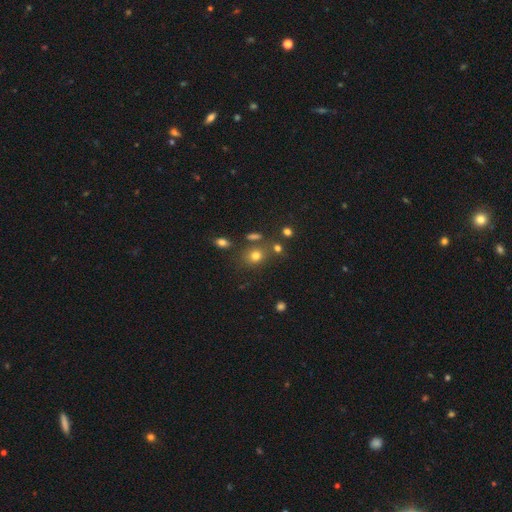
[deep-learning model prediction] Smooth or featured: smooth — 74% (star or artifact — 16%)
How rounded: round — 59% (in between — 40%)
Merging: none — 68% (minor disturbance — 14%)